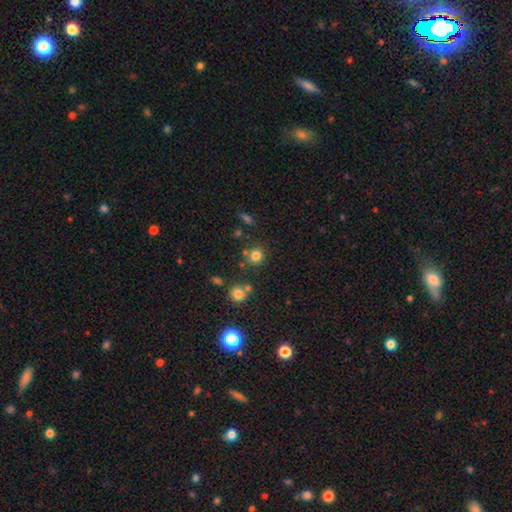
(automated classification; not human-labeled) Smooth or featured?
  - smooth: 79% *
  - star or artifact: 14%
  - featured or disk: 7%
How rounded?
  - round: 86% *
  - in between: 13%
  - cigar-shaped: 1%
Merging?
  - none: 74% *
  - merger: 12%
  - minor disturbance: 10%
  - major disturbance: 4%